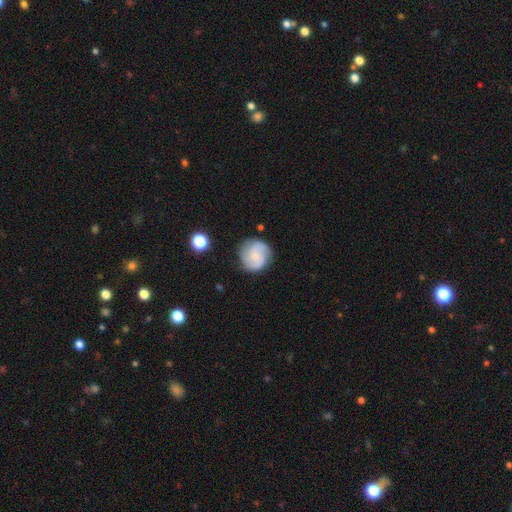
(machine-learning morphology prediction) smooth-or-featured: featured or disk: 58% | smooth: 34% | star or artifact: 7%
  disk-edge-on: no: 98% | yes: 2%
    bar: no: 59% | weak: 35% | strong: 6%
    has-spiral-arms: yes: 92% | no: 8%
      spiral-winding: medium: 46% | tight: 30% | loose: 24%
      spiral-arm-count: 2: 61% | 3: 17% | can't tell: 13% | 1: 3% | 4: 3% | more than 4: 2%
    bulge-size: small: 59% | moderate: 20% | none: 19% | large: 2% | dominant: 1%
  merging: none: 78% | minor disturbance: 15% | major disturbance: 5% | merger: 2%